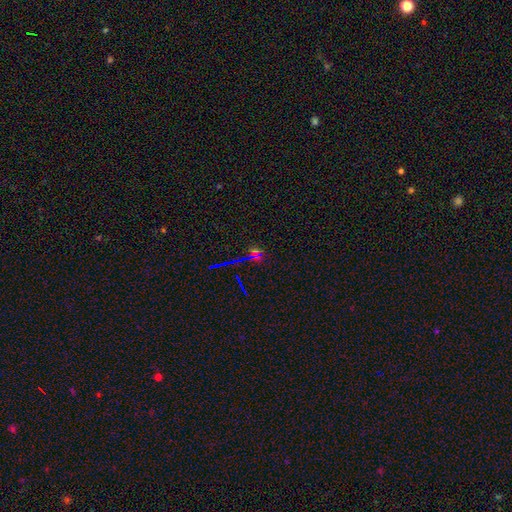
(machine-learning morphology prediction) Smooth or featured? star or artifact (76%)